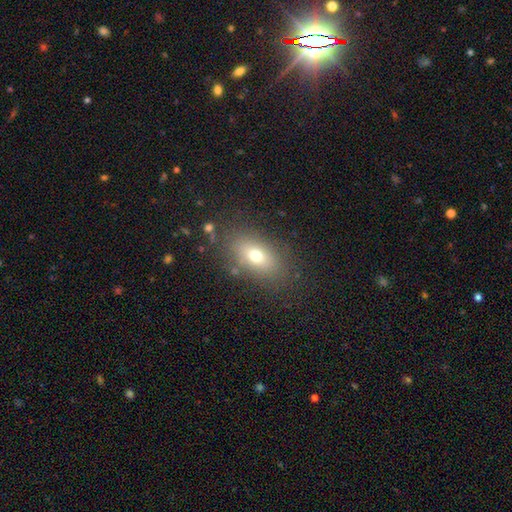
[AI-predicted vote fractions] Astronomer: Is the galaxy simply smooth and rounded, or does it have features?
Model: smooth — 69%.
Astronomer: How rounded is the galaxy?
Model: in between — 80%.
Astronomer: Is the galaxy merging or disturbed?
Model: none — 80%.